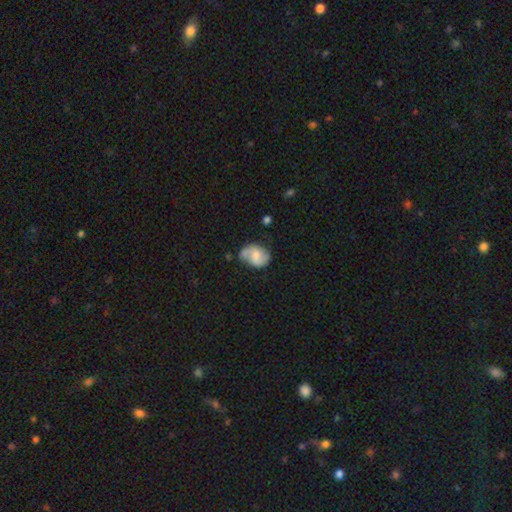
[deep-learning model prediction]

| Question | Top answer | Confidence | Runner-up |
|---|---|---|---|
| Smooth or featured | featured or disk | 59% | smooth (34%) |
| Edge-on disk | no | 98% | yes (2%) |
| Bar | no | 45% | tied: weak (45%) |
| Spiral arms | yes | 89% | no (11%) |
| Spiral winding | medium | 44% | loose (38%) |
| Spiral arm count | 2 | 85% | can't tell (7%) |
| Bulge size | moderate | 39% | small (36%) |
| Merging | none | 56% | minor disturbance (27%) |